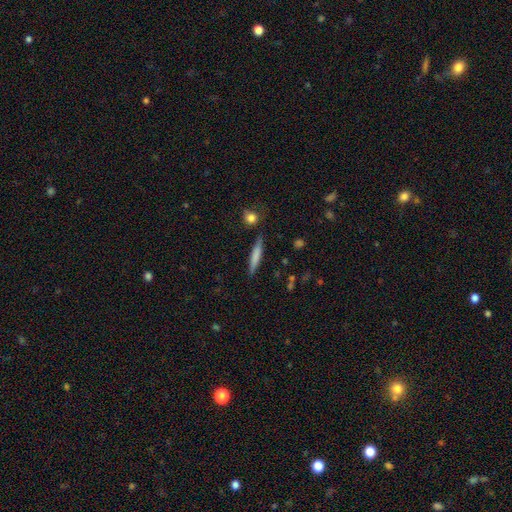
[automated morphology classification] type=smooth (70%); roundness=cigar-shaped (91%); merging=none (85%).